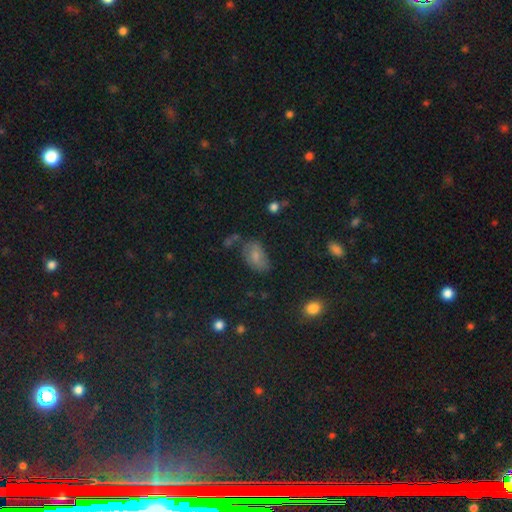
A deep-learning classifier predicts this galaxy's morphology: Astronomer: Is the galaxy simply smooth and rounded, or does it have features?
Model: smooth — 62%.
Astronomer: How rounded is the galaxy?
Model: in between — 89%.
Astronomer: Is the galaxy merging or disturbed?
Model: none — 58%.